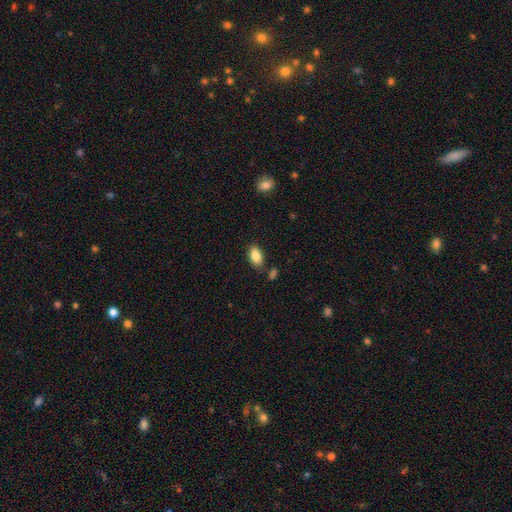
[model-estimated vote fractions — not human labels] Overall: smooth (85%). How rounded: in between (92%). Merging: none (81%).